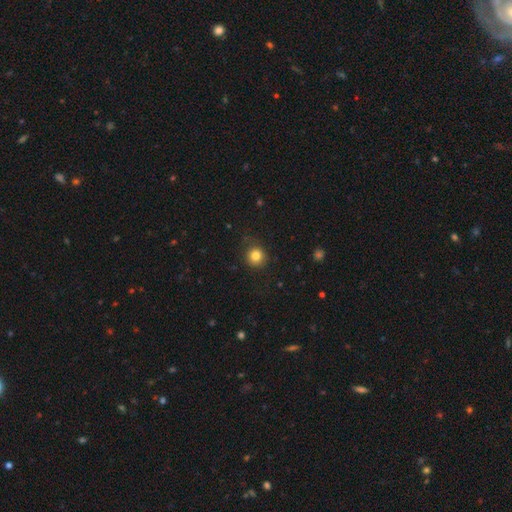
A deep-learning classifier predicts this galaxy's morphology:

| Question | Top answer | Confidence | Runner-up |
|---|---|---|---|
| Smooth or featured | smooth | 82% | star or artifact (12%) |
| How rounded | round | 92% | in between (8%) |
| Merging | none | 84% | minor disturbance (11%) |